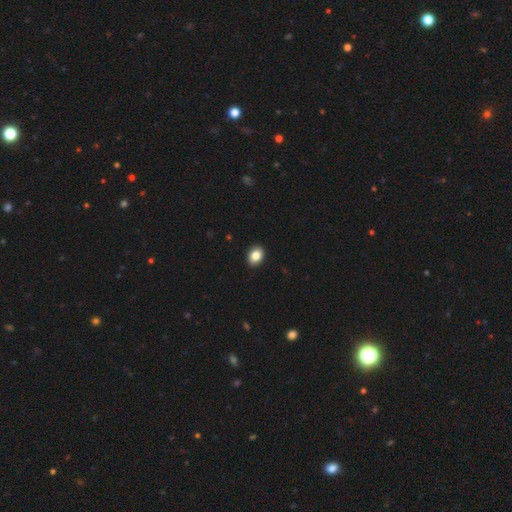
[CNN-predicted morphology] Q: Smooth or featured?
A: smooth (85%); runner-up: star or artifact (8%)
Q: How rounded?
A: in between (68%); runner-up: round (31%)
Q: Merging?
A: none (91%); runner-up: minor disturbance (6%)